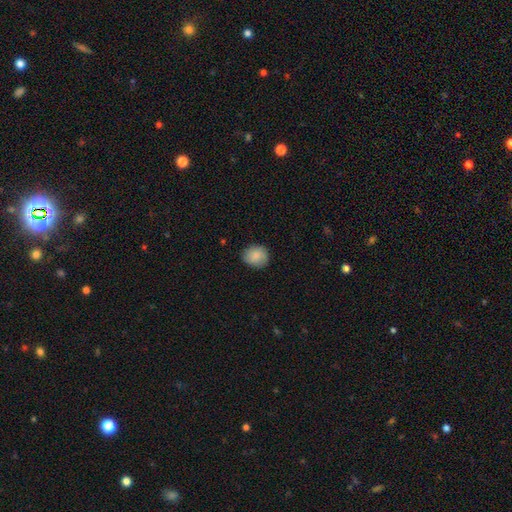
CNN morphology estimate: smooth_or_featured: smooth (p=0.86) [alt: star or artifact p=0.07]
how_rounded: round (p=0.78) [alt: in between p=0.21]
merging: none (p=0.84) [alt: minor disturbance p=0.12]